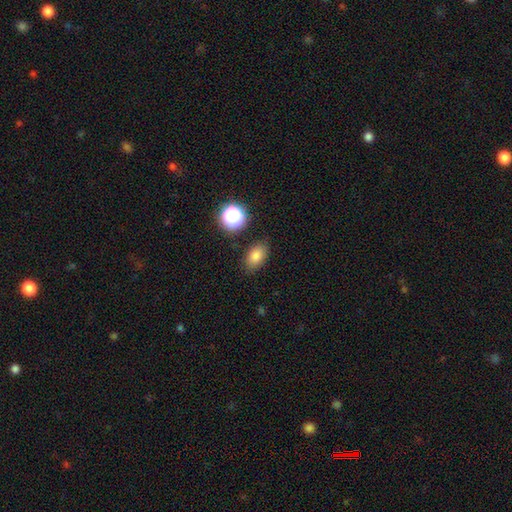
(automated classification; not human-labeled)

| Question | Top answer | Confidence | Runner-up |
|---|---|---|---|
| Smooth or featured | smooth | 81% | star or artifact (12%) |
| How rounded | in between | 84% | round (14%) |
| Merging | none | 82% | minor disturbance (12%) |